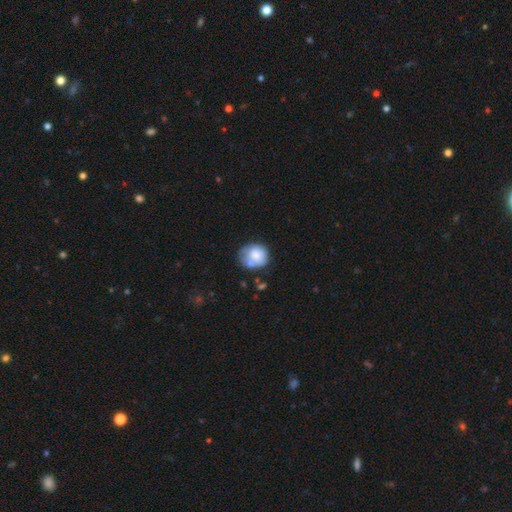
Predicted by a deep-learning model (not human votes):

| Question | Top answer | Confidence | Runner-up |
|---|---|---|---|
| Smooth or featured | smooth | 68% | featured or disk (24%) |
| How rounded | round | 72% | in between (27%) |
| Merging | none | 49% | minor disturbance (24%) |